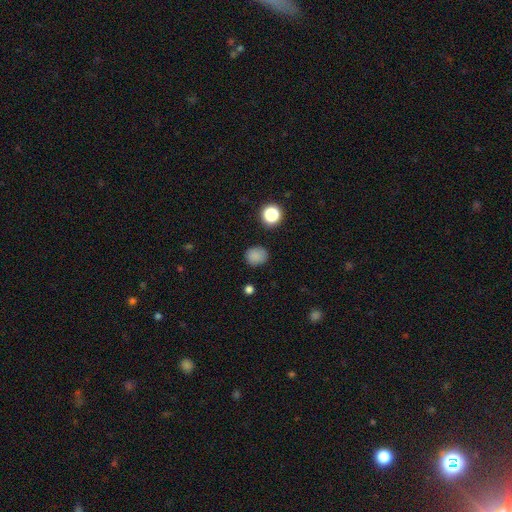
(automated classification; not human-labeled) This appears to be a smooth galaxy with no disk features (83%) that is round (75%). Merging: none (84%).